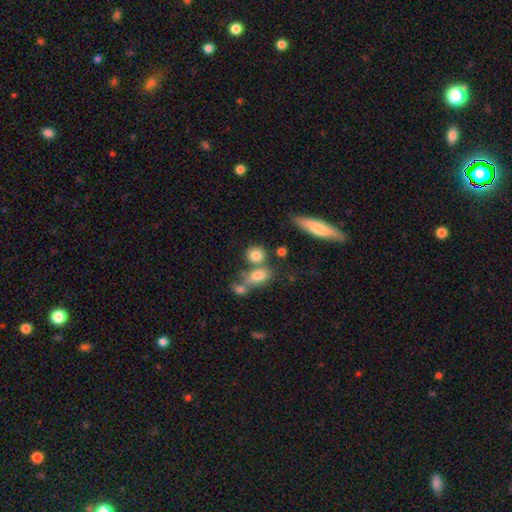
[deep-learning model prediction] smooth_or_featured: smooth (p=0.80) [alt: star or artifact p=0.10]
how_rounded: round (p=0.64) [alt: in between p=0.32]
merging: none (p=0.55) [alt: merger p=0.27]